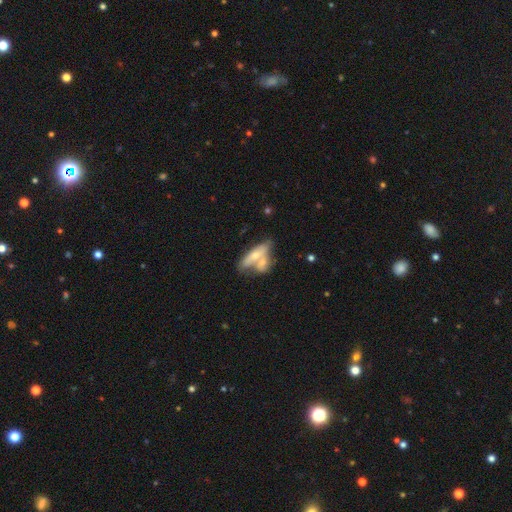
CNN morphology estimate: Smooth or featured? Predicted: smooth (p=0.51). How rounded? Predicted: in between (p=0.55). Merging? Predicted: merger (p=0.55).